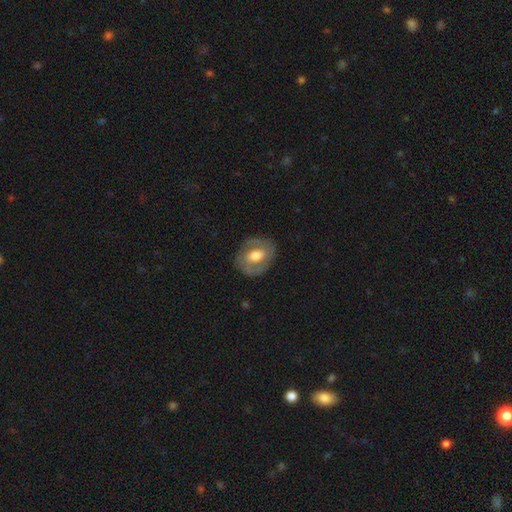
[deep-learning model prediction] The model was most divided on "smooth or featured": featured or disk: 52%, smooth: 42%, star or artifact: 6%. More confident: edge-on disk — no (94%); merging — none (79%).